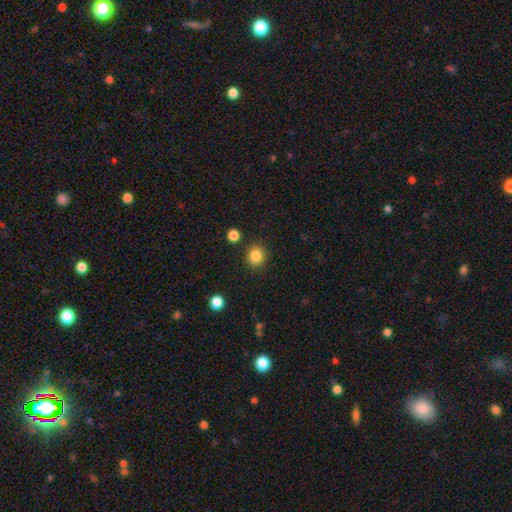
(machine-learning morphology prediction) This appears to be a smooth galaxy with no disk features (85%) that is round (87%). Merging: none (88%).